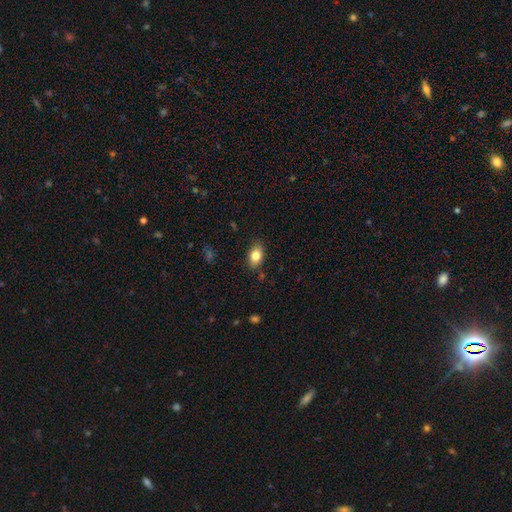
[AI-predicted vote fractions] Q: Smooth or featured?
A: smooth (83%); runner-up: featured or disk (9%)
Q: How rounded?
A: in between (86%); runner-up: round (12%)
Q: Merging?
A: none (84%); runner-up: minor disturbance (12%)